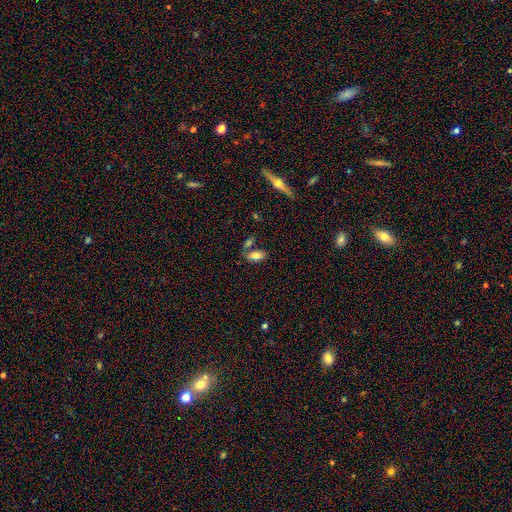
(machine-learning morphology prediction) Smooth or featured? Predicted: smooth (p=0.75). How rounded? Predicted: in between (p=0.87). Merging? Predicted: none (p=0.62).